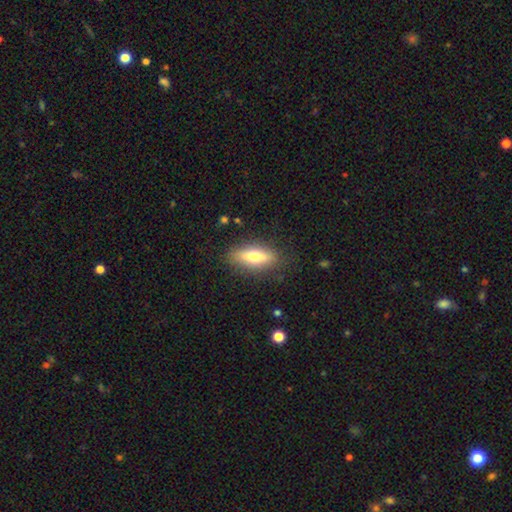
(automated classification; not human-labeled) Morphology: type=smooth (60%); roundness=in between (58%); merging=none (84%).